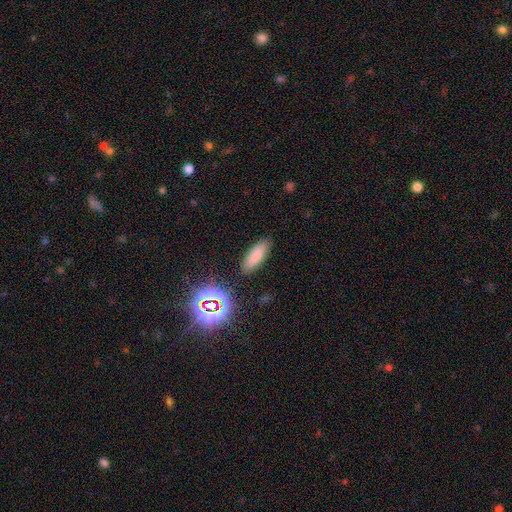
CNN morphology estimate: Q: Smooth or featured?
A: smooth (79%); runner-up: star or artifact (13%)
Q: How rounded?
A: in between (64%); runner-up: cigar-shaped (33%)
Q: Merging?
A: none (86%); runner-up: minor disturbance (9%)